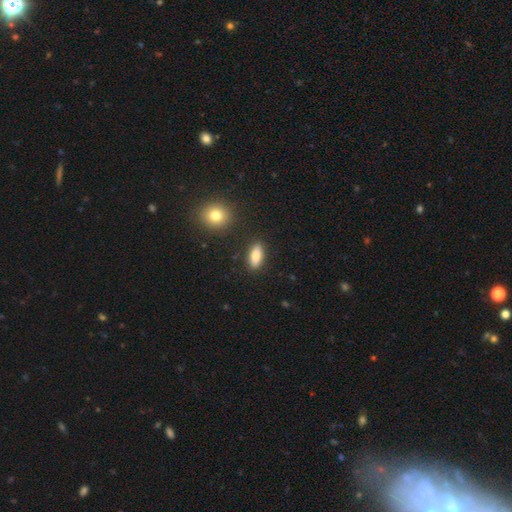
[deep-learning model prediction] This is clearly a smooth galaxy (81%). How rounded: clearly in between (83%). Merging: clearly none (87%).